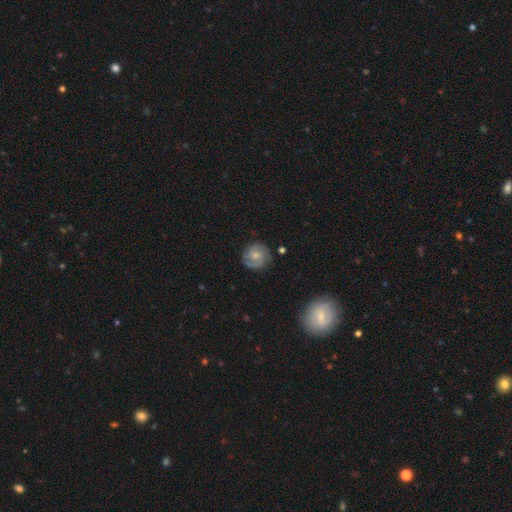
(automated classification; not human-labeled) Smooth or featured: featured or disk — 64% (smooth — 29%)
Edge-on disk: no — 97% (yes — 3%)
Bar: no — 67% (weak — 28%)
Spiral arms: yes — 89% (no — 11%)
Spiral winding: tight — 54% (medium — 35%)
Spiral arm count: 2 — 61% (can't tell — 20%)
Bulge size: moderate — 54% (small — 39%)
Merging: none — 79% (minor disturbance — 15%)